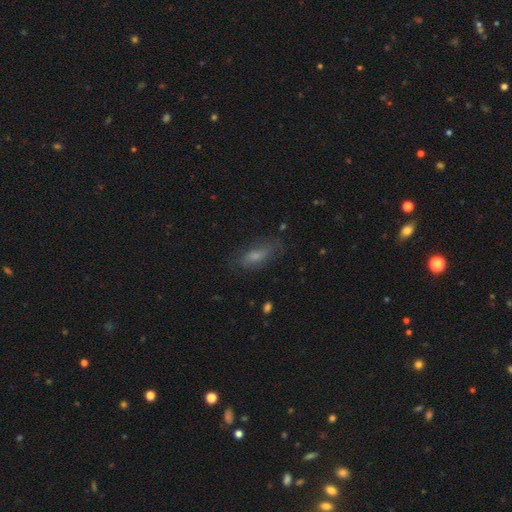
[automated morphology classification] Smooth or featured: smooth — 64% (featured or disk — 25%)
How rounded: in between — 70% (cigar-shaped — 26%)
Merging: none — 72% (minor disturbance — 19%)